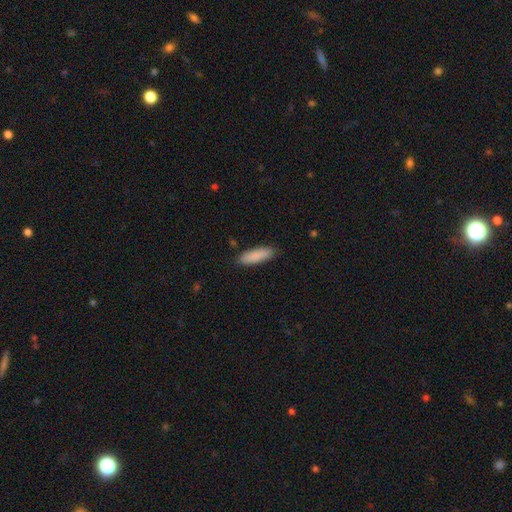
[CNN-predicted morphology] A smooth galaxy with no disk features (88%) that is cigar-shaped (55%).

Vote fractions:
- Smooth or featured? smooth: 88% / featured or disk: 6% / star or artifact: 6%
- How rounded? cigar-shaped: 55% / in between: 43% / round: 1%
- Merging? none: 87% / minor disturbance: 10% / major disturbance: 2% / merger: 1%